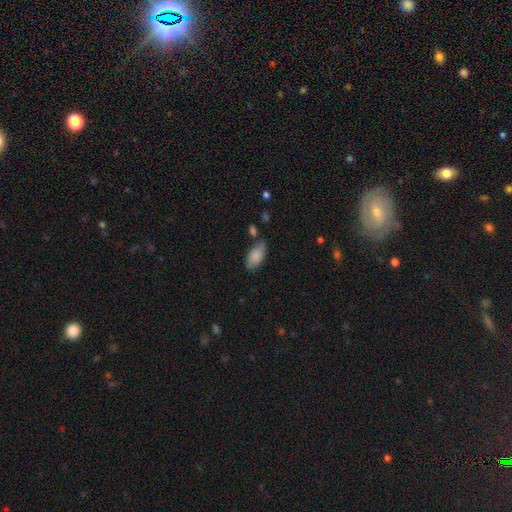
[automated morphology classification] The model was most divided on "merging": none: 67%, minor disturbance: 22%, merger: 7%, major disturbance: 5%. More confident: how rounded — in between (92%); smooth or featured — smooth (84%).